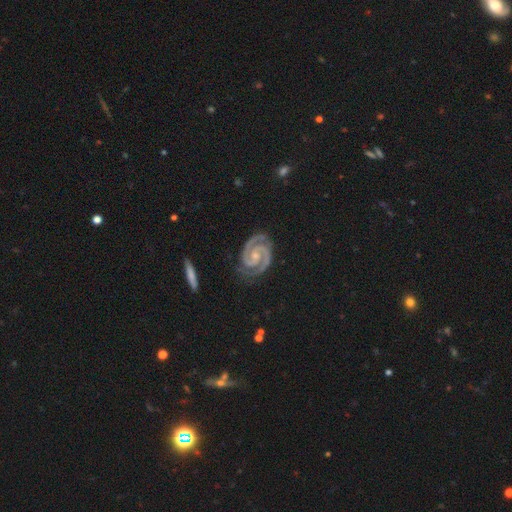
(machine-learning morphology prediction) The model was most divided on "bar": no: 53%, weak: 32%, strong: 15%. More confident: spiral arms — yes (99%); edge-on disk — no (98%); smooth or featured — featured or disk (94%); spiral arm count — 2 (93%); merging — none (83%); spiral winding — tight (67%); bulge size — small (57%).